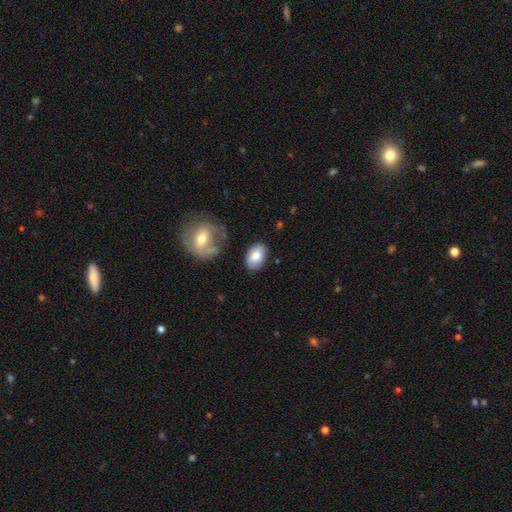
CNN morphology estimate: This appears to be a smooth galaxy with no disk features (78%) that is in between round and cigar-shaped (86%). Merging: none (79%).